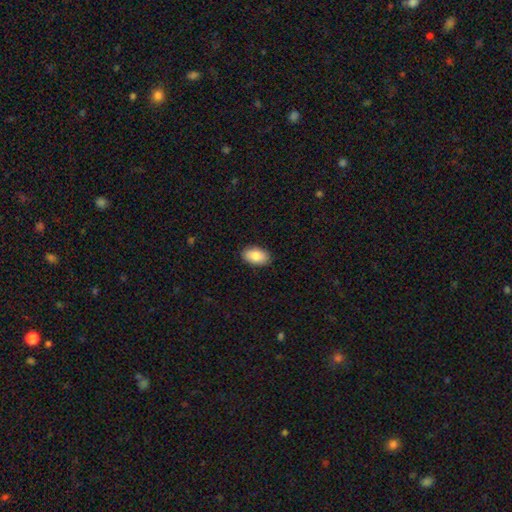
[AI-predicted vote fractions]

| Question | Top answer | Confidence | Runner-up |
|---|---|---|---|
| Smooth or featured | smooth | 86% | featured or disk (7%) |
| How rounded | in between | 93% | round (5%) |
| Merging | none | 89% | minor disturbance (9%) |